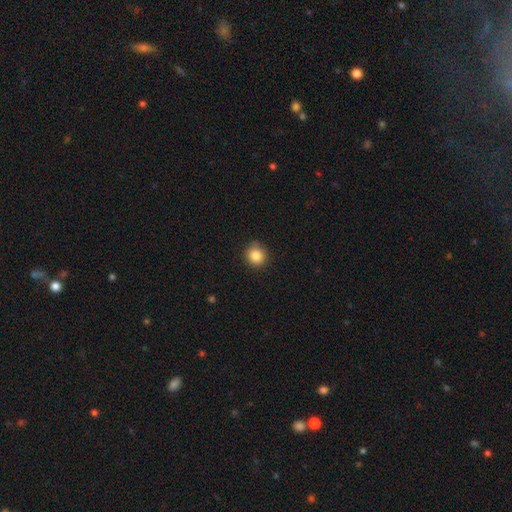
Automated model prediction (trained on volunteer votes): This is clearly a smooth galaxy (85%). How rounded: clearly round (90%). Merging: clearly none (86%).